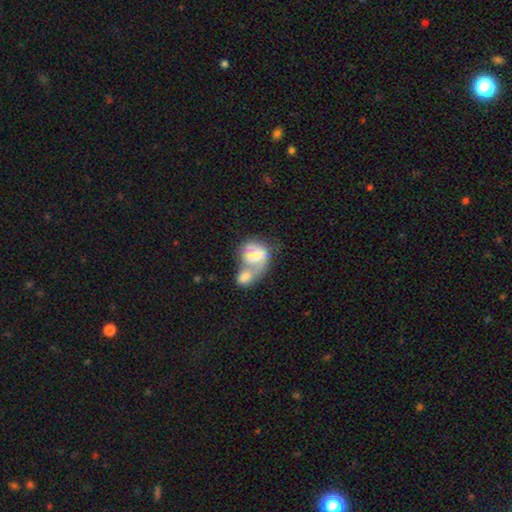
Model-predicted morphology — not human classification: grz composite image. It shows a featured or disk galaxy (50%). Merging: merger (71%).